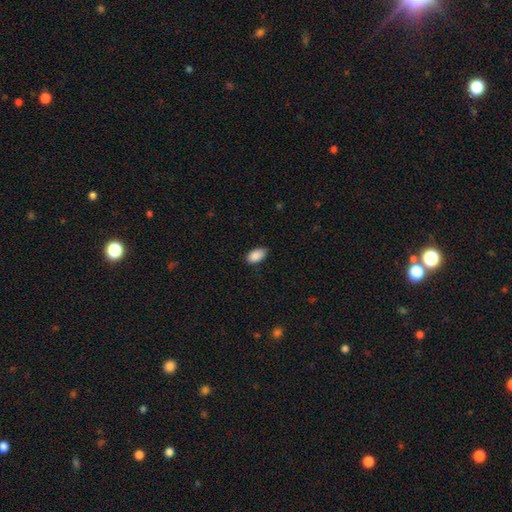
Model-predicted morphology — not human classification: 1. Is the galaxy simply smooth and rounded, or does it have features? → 89% smooth, 7% star or artifact, 4% featured or disk.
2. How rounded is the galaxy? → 93% in between, 4% round, 2% cigar-shaped.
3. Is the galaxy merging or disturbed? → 77% none, 19% minor disturbance, 3% major disturbance, 1% merger.